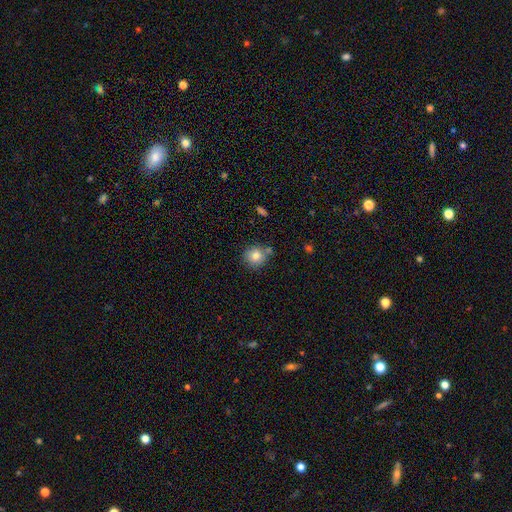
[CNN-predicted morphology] A smooth galaxy with no disk features (81%) that is round (91%). Merging: none (73%).